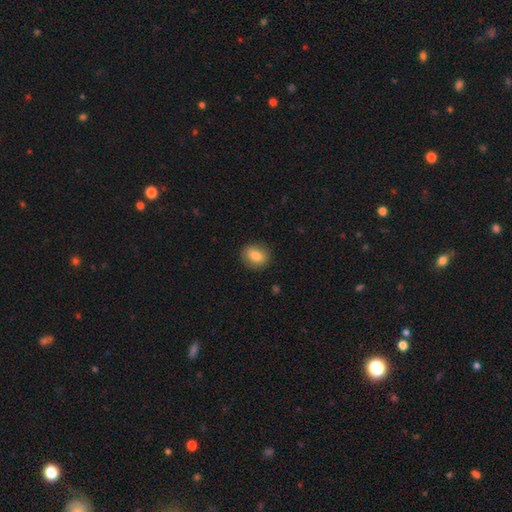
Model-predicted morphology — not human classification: Smooth or featured?
  - smooth: 82% *
  - featured or disk: 10%
  - star or artifact: 8%
How rounded?
  - round: 56% *
  - in between: 42%
  - cigar-shaped: 1%
Merging?
  - none: 87% *
  - minor disturbance: 10%
  - major disturbance: 3%
  - merger: 1%